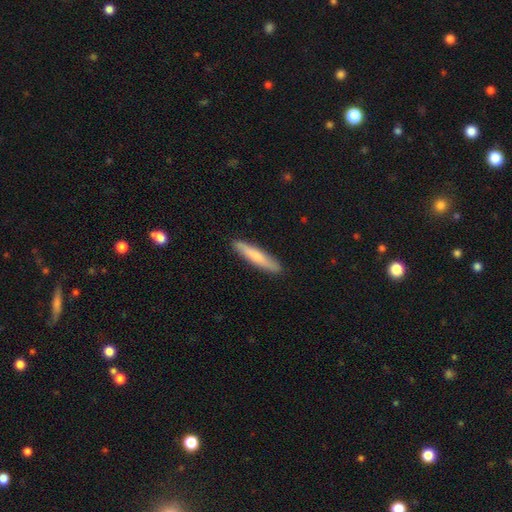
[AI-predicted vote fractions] Smooth or featured? smooth (72%)
How rounded? cigar-shaped (91%)
Merging? none (90%)